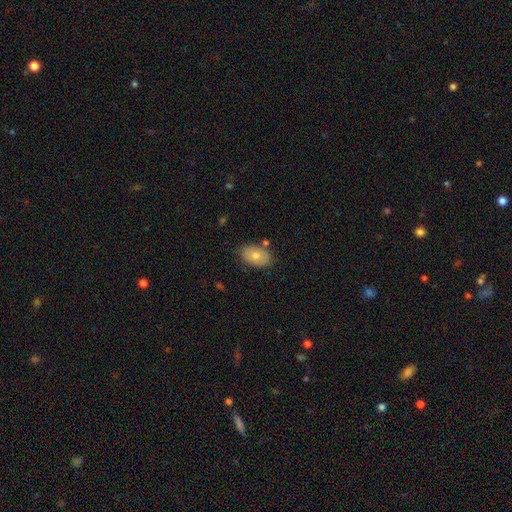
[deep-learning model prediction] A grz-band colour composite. It shows a smooth galaxy with no disk features (77%) that is in between round and cigar-shaped (89%). Merging: none (77%).